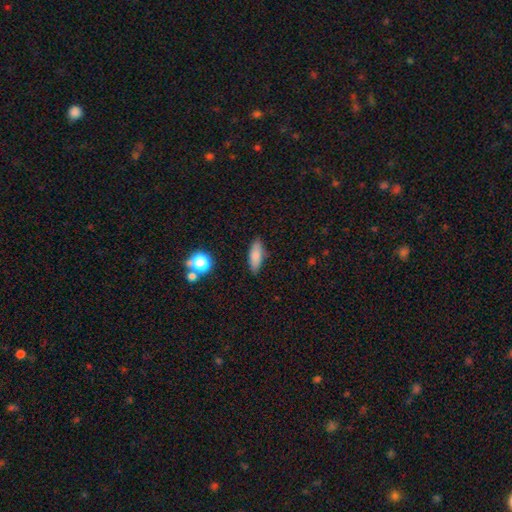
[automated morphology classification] type=smooth (82%); roundness=in between (63%); merging=none (84%).